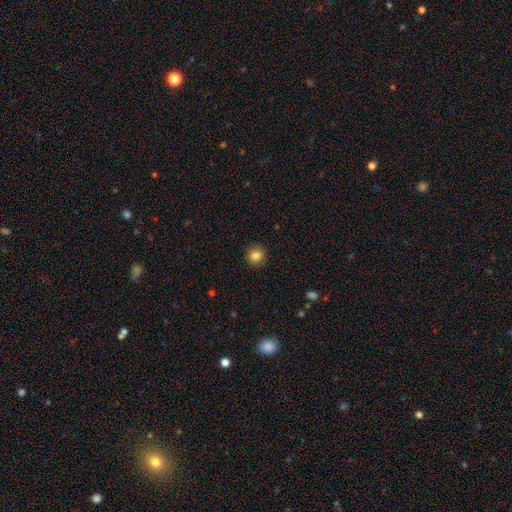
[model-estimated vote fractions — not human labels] smooth 84%, star or artifact 10%, featured or disk 6%. Down the decision tree: how rounded — round (91%); merging — none (91%).